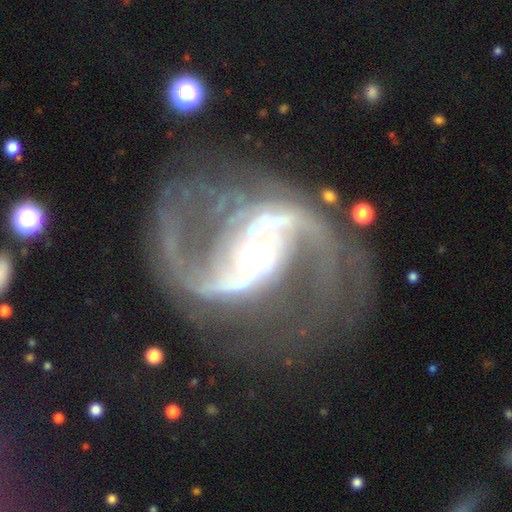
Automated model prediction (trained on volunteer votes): This is clearly a featured or disk galaxy (91%). It is clearly not viewed edge-on (98%). Bar: marginally no (36%). Spiral arm pattern: clearly yes (97%). Spiral arm count: likely 2 (76%). Spiral winding: possibly medium (48%). Central bulge: possibly moderate (59%). Merging: possibly none (53%).